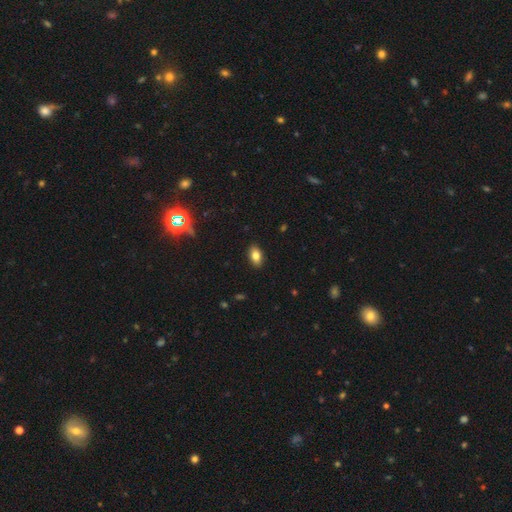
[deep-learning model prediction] This is clearly a smooth galaxy (81%). How rounded: clearly in between (90%). Merging: clearly none (89%).